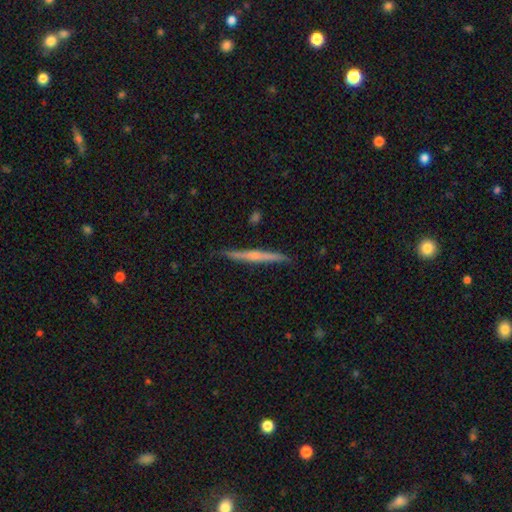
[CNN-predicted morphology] The model was most divided on "edge-on bulge": rounded: 49%, none: 42%, boxy: 8%. More confident: edge-on disk — yes (98%); merging — none (88%); smooth or featured — featured or disk (59%).